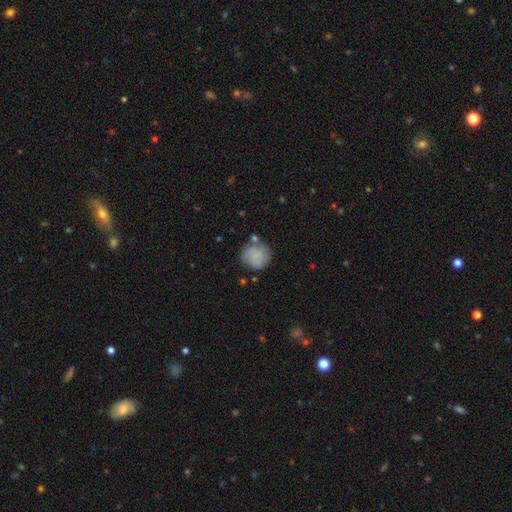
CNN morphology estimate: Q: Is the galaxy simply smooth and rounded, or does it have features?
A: smooth — 75%.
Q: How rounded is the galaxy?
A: round — 86%.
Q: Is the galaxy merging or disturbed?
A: none — 66%.